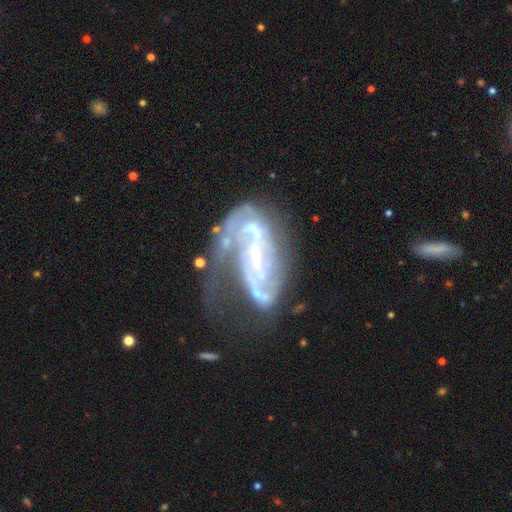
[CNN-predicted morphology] This appears to be a featured or disk galaxy (84%) with a weak bar (39%), 2 (43%) medium (40%, tied with tight) spiral arms (85%) and a small central bulge (52%). Merging: major disturbance (39%).